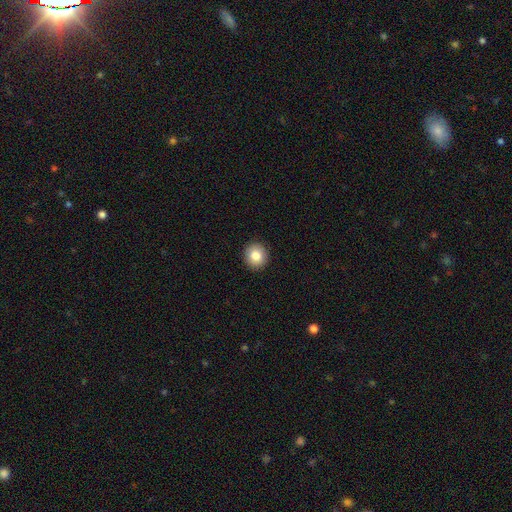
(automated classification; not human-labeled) Overall: smooth (84%). How rounded: round (91%). Merging: none (93%).